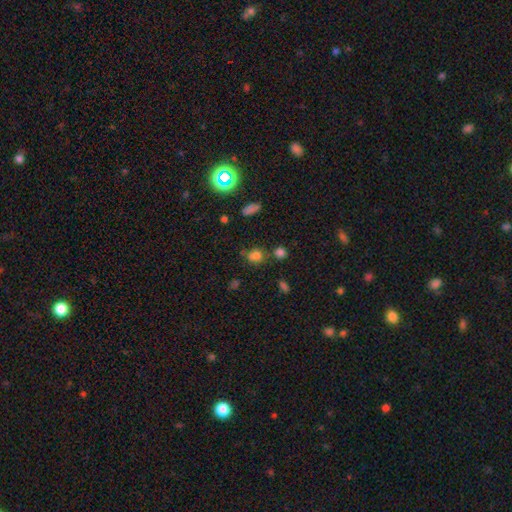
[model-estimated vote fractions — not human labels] Smooth or featured? Predicted: smooth (p=0.72). How rounded? Predicted: round (p=0.65). Merging? Predicted: none (p=0.59).